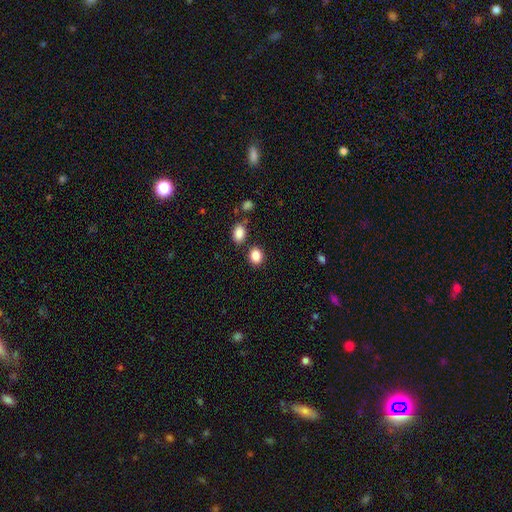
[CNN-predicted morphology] Overall: smooth (86%). How rounded: round (58%; in between 41%). Merging: none (79%).